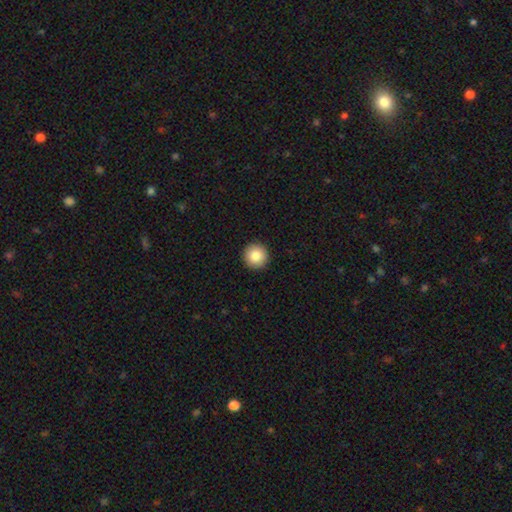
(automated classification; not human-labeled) This appears to be a smooth galaxy with no disk features (84%) that is round (96%). Merging: none (94%).